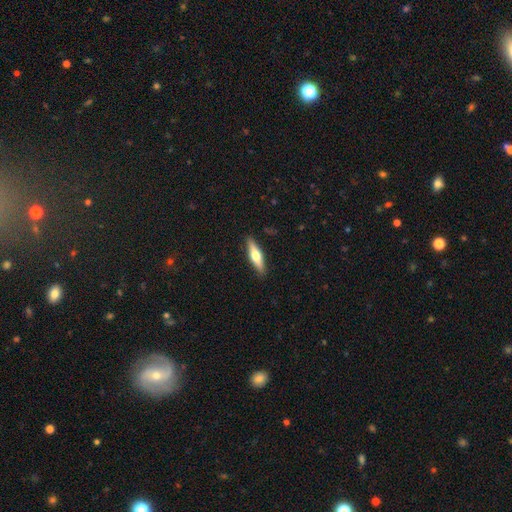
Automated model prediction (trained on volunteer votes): Morphology: type=featured or disk (51%); edge-on=yes (94%); merging=none (90%).